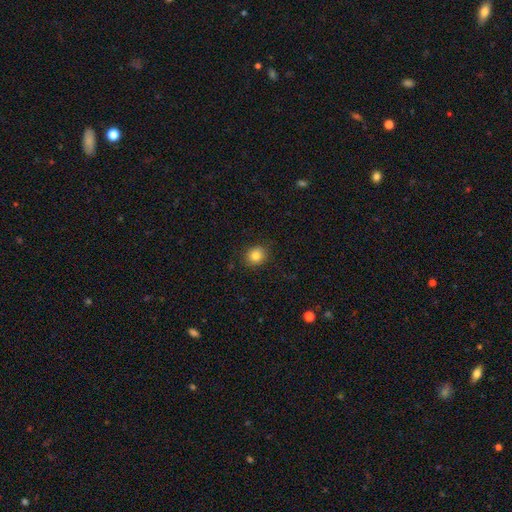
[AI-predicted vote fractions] Morphology: type=smooth (83%); roundness=round (79%); merging=none (89%).